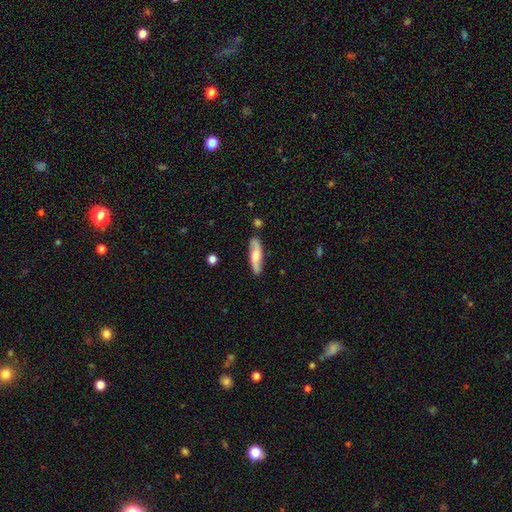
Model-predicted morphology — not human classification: A featured or disk galaxy (51%).

Vote fractions:
- Smooth or featured? featured or disk: 51% / smooth: 44% / star or artifact: 6%
- Edge-on disk? no: 62% / yes: 38%
- Merging? none: 83% / minor disturbance: 12% / major disturbance: 3% / merger: 2%